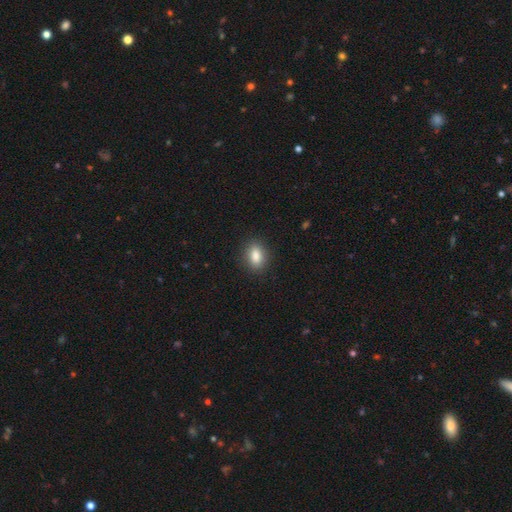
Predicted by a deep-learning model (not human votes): Overall: smooth (86%). How rounded: in between (81%). Merging: none (88%).